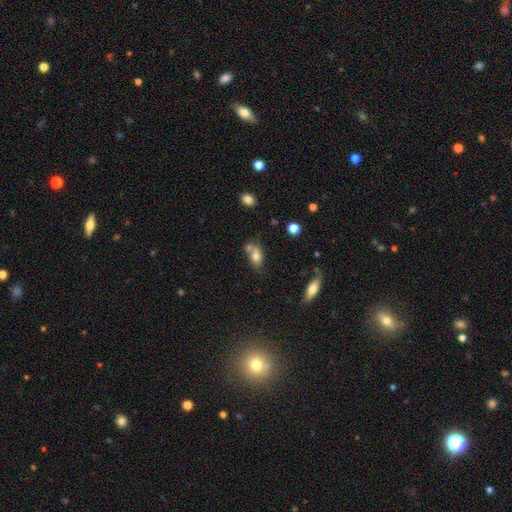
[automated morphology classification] Q: Smooth or featured?
A: smooth (72%); runner-up: featured or disk (18%)
Q: How rounded?
A: in between (80%); runner-up: round (15%)
Q: Merging?
A: none (39%); runner-up: merger (38%)